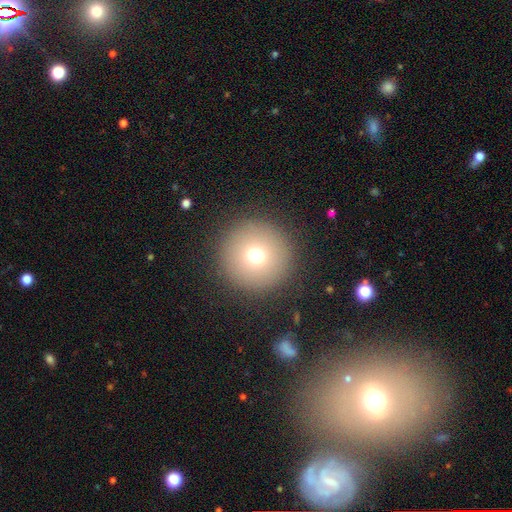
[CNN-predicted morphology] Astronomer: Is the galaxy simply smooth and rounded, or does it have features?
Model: smooth — 72%.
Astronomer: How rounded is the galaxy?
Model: round — 97%.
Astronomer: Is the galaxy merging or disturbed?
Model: none — 91%.